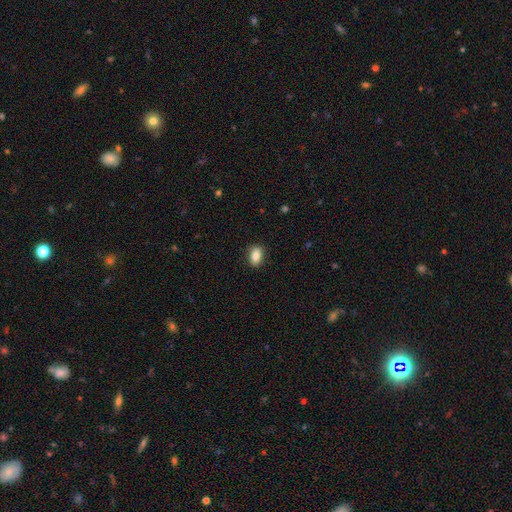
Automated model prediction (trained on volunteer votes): Smooth or featured: smooth — 84% (featured or disk — 8%)
How rounded: in between — 86% (round — 10%)
Merging: none — 87% (minor disturbance — 10%)